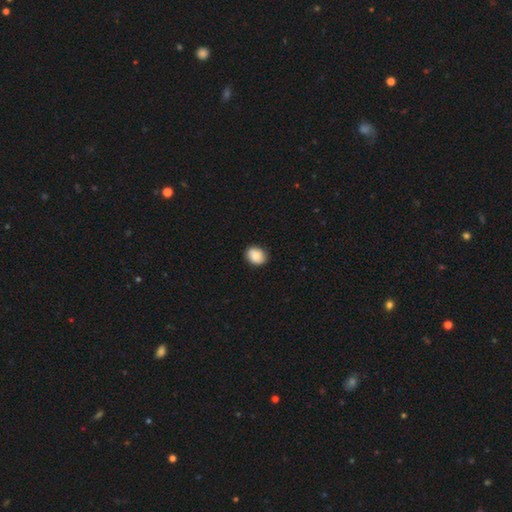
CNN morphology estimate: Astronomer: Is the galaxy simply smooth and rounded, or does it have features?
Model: smooth — 85%.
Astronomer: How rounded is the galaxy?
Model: in between — 57% (runner-up: round, 42%).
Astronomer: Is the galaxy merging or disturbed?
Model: none — 87%.